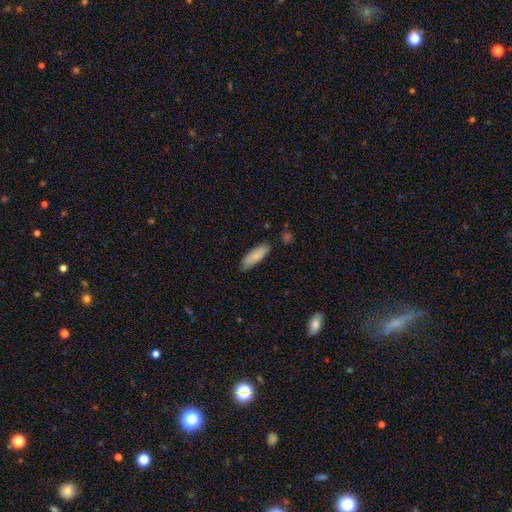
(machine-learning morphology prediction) smooth_or_featured: smooth (p=0.85) [alt: featured or disk p=0.09]
how_rounded: in between (p=0.49) [tied with: cigar-shaped p=0.49]
merging: none (p=0.81) [alt: minor disturbance p=0.14]